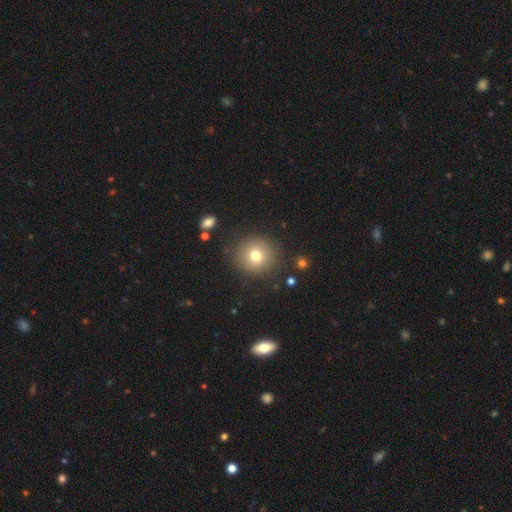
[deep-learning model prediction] smooth_or_featured: smooth (p=0.74) [alt: featured or disk p=0.13]
how_rounded: round (p=0.92) [alt: in between p=0.07]
merging: none (p=0.87) [alt: minor disturbance p=0.08]